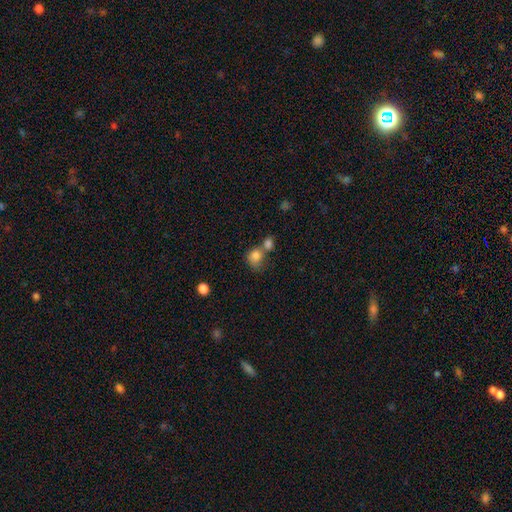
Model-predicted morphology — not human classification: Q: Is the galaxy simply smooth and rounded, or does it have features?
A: smooth — 80%.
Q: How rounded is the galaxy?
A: round — 66%.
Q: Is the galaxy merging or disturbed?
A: merger — 49%.